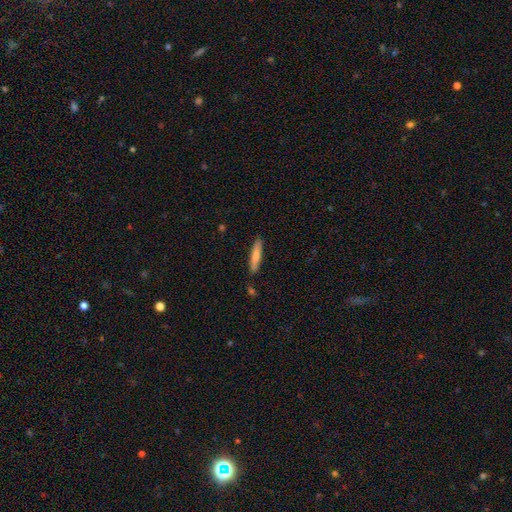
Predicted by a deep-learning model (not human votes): This appears to be a smooth galaxy with no disk features (76%) that is cigar-shaped (89%). Merging: none (85%).